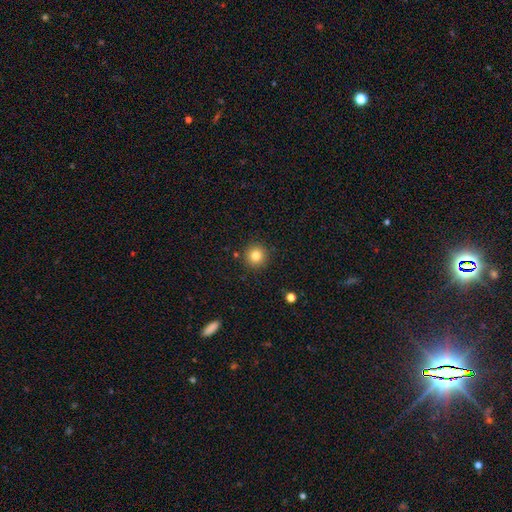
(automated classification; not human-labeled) smooth 82%, star or artifact 11%, featured or disk 7%. Down the decision tree: how rounded — round (95%); merging — none (90%).